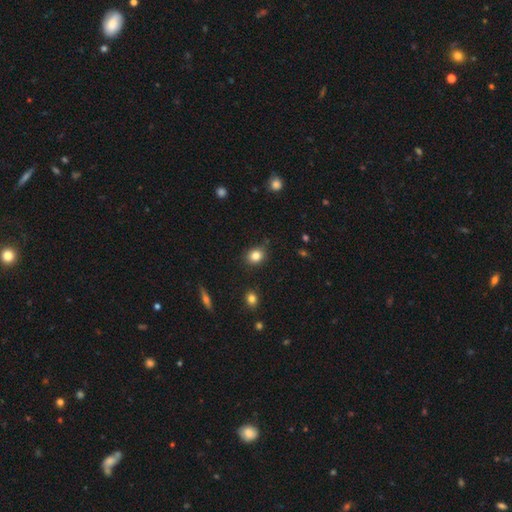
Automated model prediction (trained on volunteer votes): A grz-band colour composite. It shows a smooth galaxy with no disk features (83%) that is round (61%). Merging: none (81%).